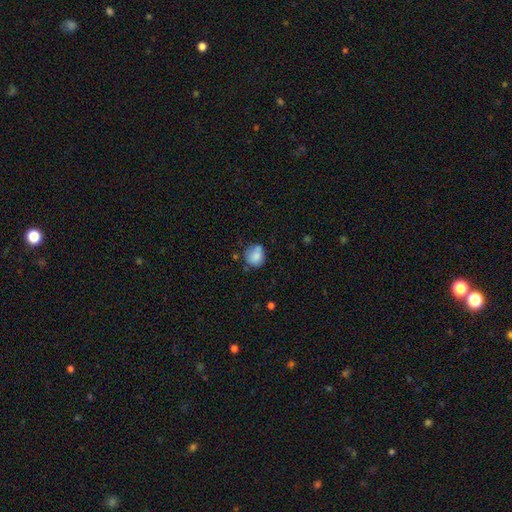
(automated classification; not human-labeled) Overall: smooth (80%). How rounded: round (73%). Merging: none (56%; minor disturbance 27%).